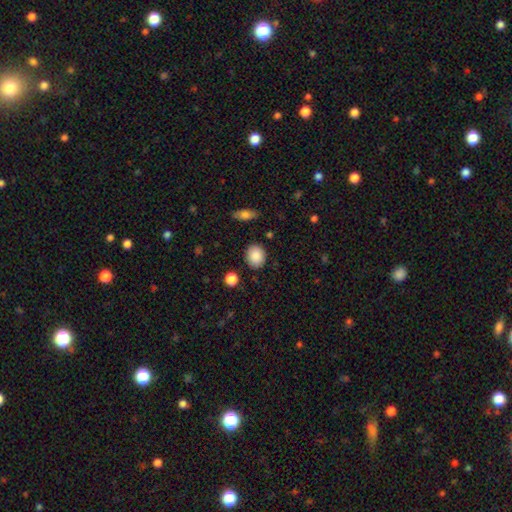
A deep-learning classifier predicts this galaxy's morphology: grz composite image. It shows a smooth galaxy with no disk features (88%) that is round (61%). Merging: none (87%).